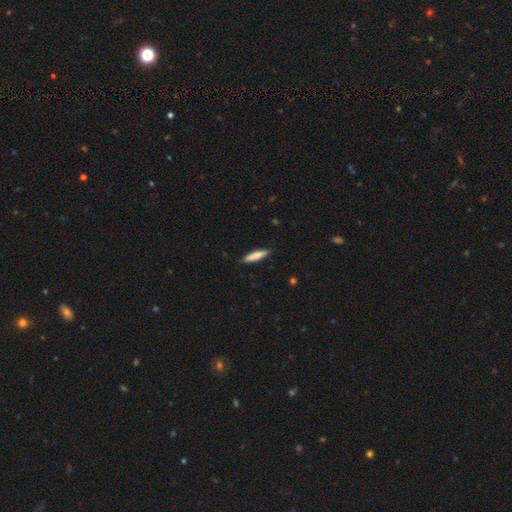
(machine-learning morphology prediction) A smooth galaxy with no disk features (81%) that is cigar-shaped (81%).

Vote fractions:
- Smooth or featured? smooth: 81% / featured or disk: 13% / star or artifact: 6%
- How rounded? cigar-shaped: 81% / in between: 18% / round: 1%
- Merging? none: 89% / minor disturbance: 8% / major disturbance: 2% / merger: 1%